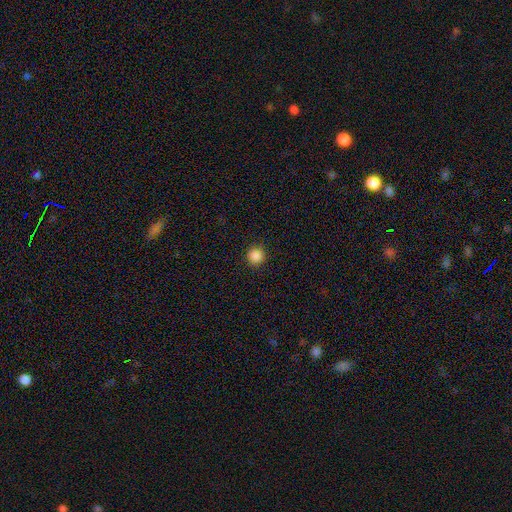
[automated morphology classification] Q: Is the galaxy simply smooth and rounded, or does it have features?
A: smooth — 87%.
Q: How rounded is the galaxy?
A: round — 95%.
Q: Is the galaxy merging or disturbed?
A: none — 92%.